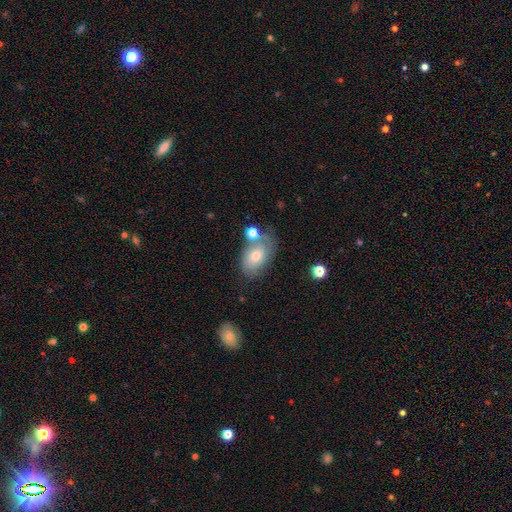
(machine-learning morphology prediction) smooth_or_featured: smooth (p=0.47) [alt: featured or disk p=0.45]
merging: none (p=0.47) [alt: minor disturbance p=0.23]